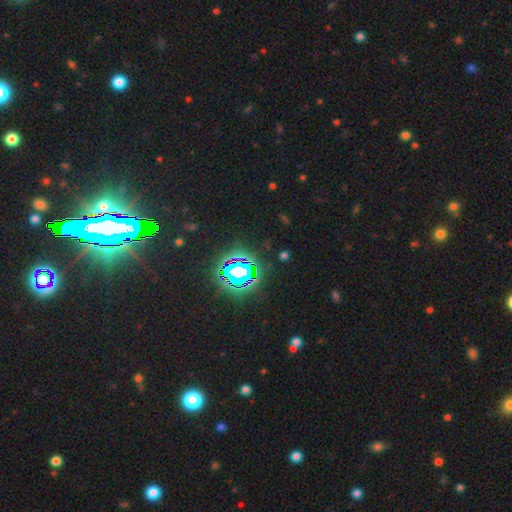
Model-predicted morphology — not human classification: Smooth or featured? star or artifact (84%)